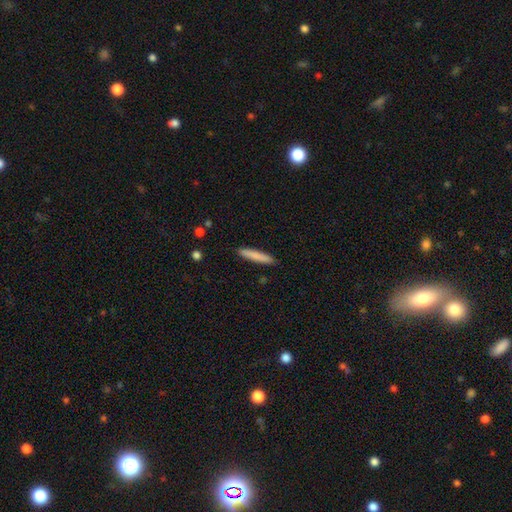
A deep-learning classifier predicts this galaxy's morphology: Q: Smooth or featured?
A: smooth (82%); runner-up: featured or disk (12%)
Q: How rounded?
A: cigar-shaped (93%); runner-up: in between (6%)
Q: Merging?
A: none (91%); runner-up: minor disturbance (7%)